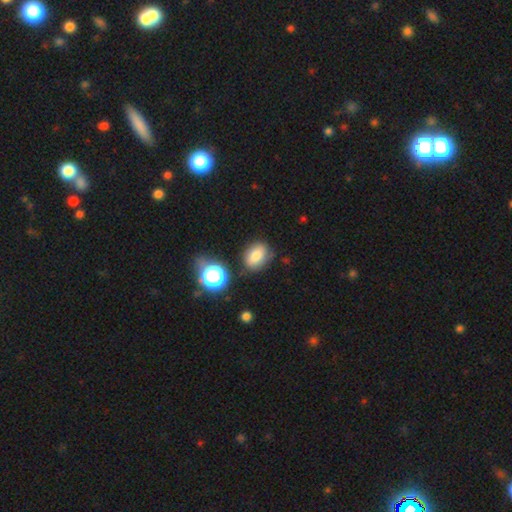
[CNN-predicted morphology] Q: Smooth or featured?
A: smooth (78%); runner-up: star or artifact (12%)
Q: How rounded?
A: in between (69%); runner-up: round (30%)
Q: Merging?
A: none (73%); runner-up: minor disturbance (17%)